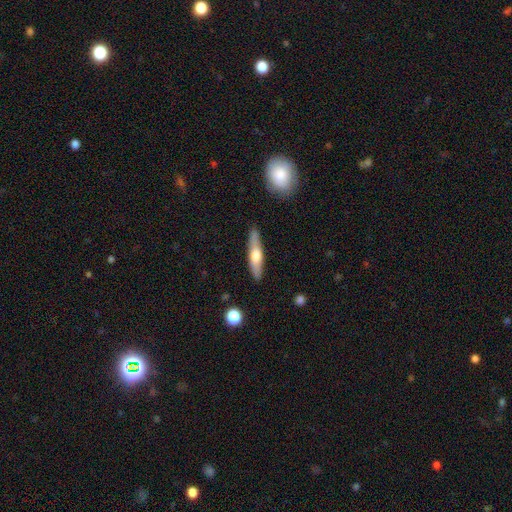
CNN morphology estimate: The model was most divided on "smooth or featured": smooth: 48%, featured or disk: 46%, star or artifact: 6%. More confident: merging — none (86%).